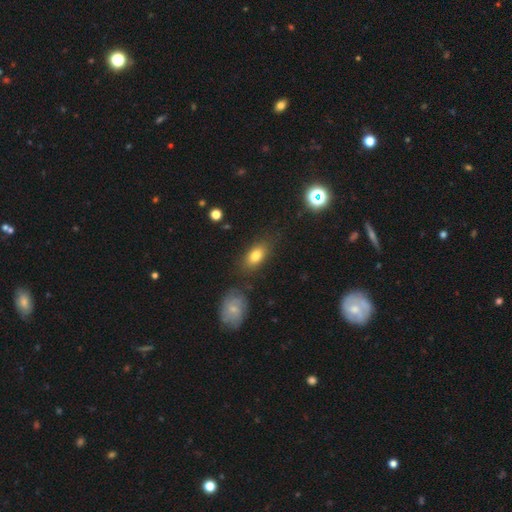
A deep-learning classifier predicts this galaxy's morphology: smooth 79%, featured or disk 12%, star or artifact 9%. Down the decision tree: how rounded — in between (85%); merging — none (78%).